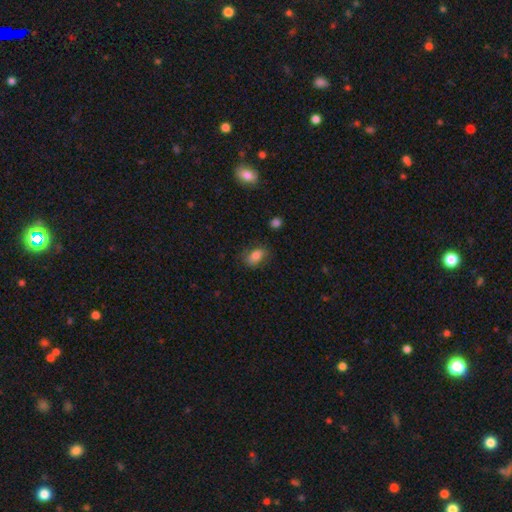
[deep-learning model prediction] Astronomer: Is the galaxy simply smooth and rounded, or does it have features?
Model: smooth — 80%.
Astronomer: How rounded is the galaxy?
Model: in between — 84%.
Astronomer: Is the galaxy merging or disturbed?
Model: none — 76%.